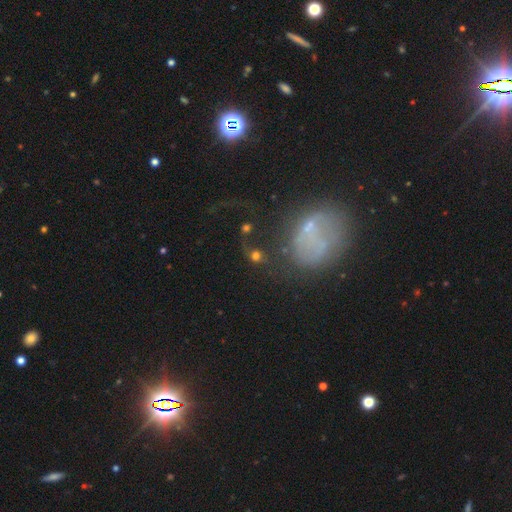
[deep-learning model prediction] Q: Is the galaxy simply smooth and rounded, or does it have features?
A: smooth — 55%.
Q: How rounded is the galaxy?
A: round — 79%.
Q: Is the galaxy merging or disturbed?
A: none — 50%.